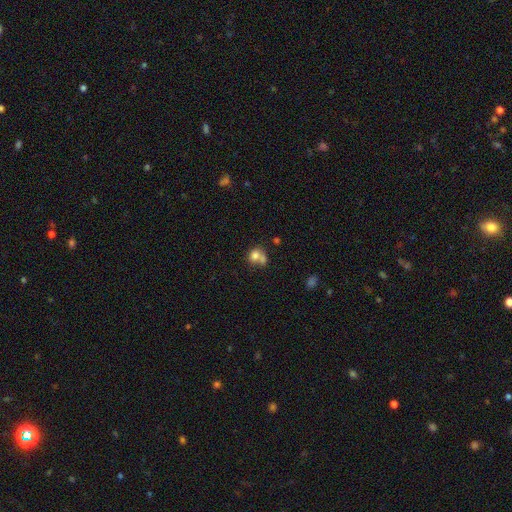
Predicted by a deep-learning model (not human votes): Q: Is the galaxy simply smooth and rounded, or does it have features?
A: smooth — 75%.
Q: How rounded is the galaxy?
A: round — 60%.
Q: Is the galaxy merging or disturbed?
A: merger — 52%.